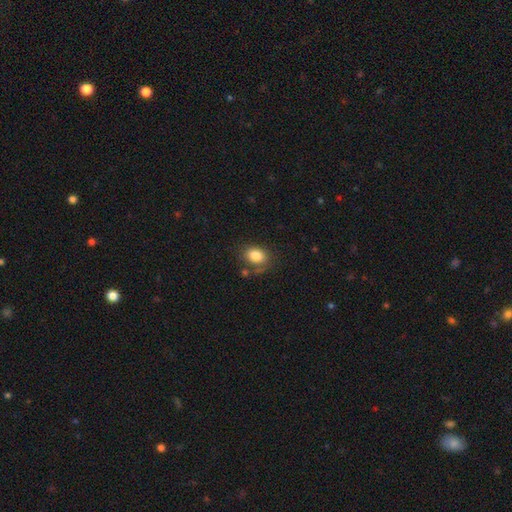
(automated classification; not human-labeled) Morphology: type=smooth (83%); roundness=in between (72%); merging=none (67%).